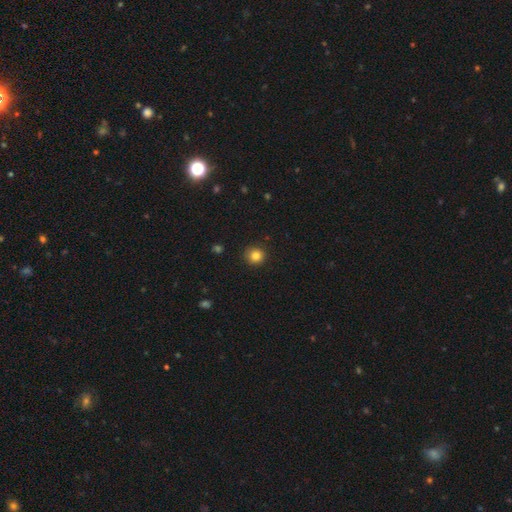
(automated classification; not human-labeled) Q: Smooth or featured?
A: smooth (83%); runner-up: star or artifact (12%)
Q: How rounded?
A: round (93%); runner-up: in between (6%)
Q: Merging?
A: none (91%); runner-up: minor disturbance (6%)